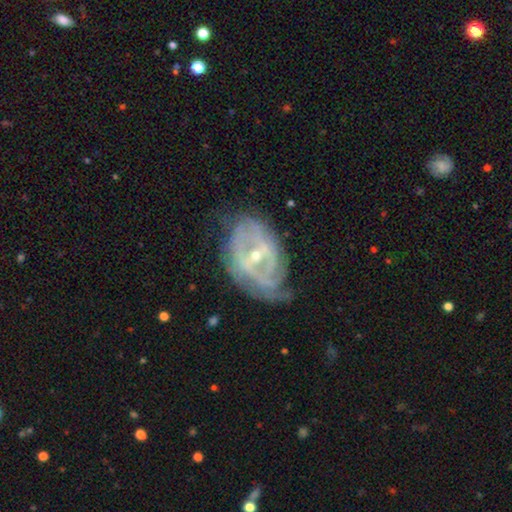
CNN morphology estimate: This is clearly a featured or disk galaxy (85%). It is clearly not viewed edge-on (95%). Bar: marginally strong (41%). Spiral arm pattern: clearly yes (84%). Spiral arm count: marginally can't tell (38%). Spiral winding: possibly tight (54%). Central bulge: likely small (62%). Merging: possibly none (56%).